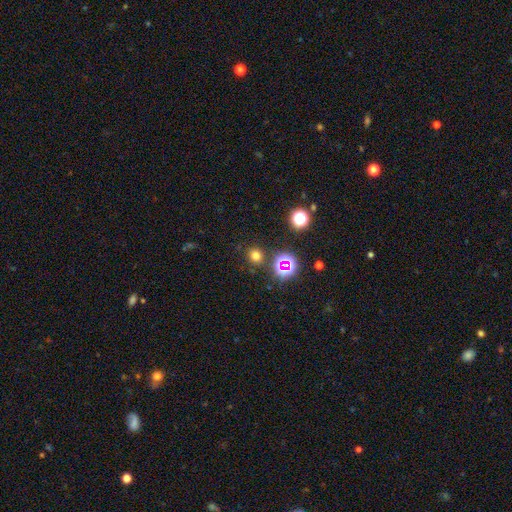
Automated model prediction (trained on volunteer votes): This is likely a smooth galaxy (70%). How rounded: clearly round (89%). Merging: clearly none (87%).